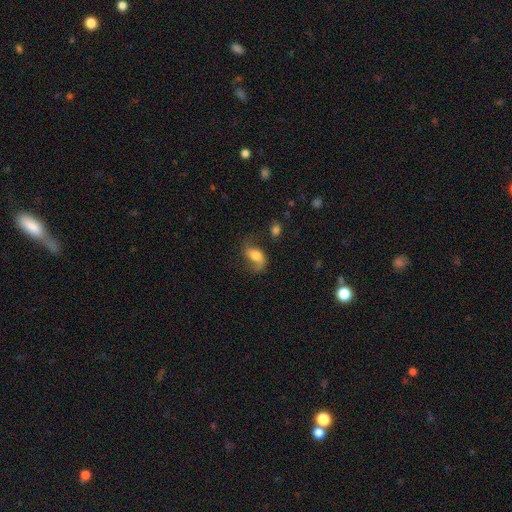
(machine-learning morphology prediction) A featured or disk galaxy (52%). Merging: none (52%).